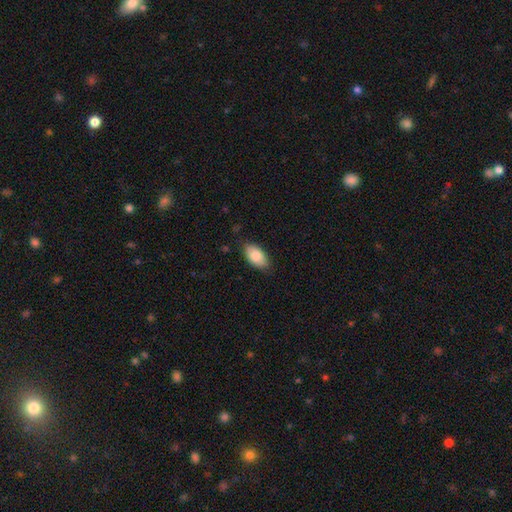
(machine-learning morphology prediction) smooth_or_featured: smooth (p=0.84) [alt: featured or disk p=0.09]
how_rounded: in between (p=0.94) [alt: round p=0.04]
merging: none (p=0.81) [alt: minor disturbance p=0.15]